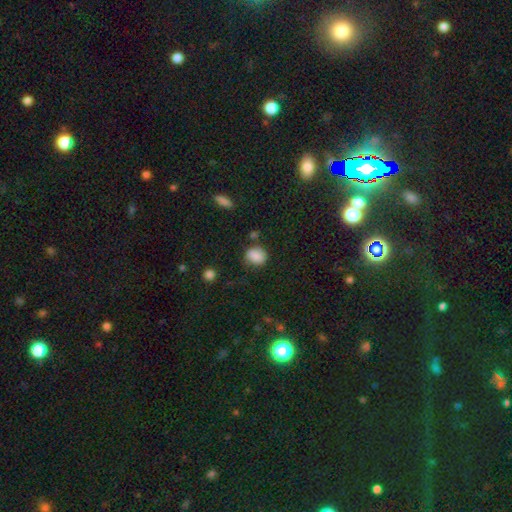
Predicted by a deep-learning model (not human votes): Smooth or featured?
  - smooth: 82% *
  - star or artifact: 9%
  - featured or disk: 8%
How rounded?
  - round: 67% *
  - in between: 32%
  - cigar-shaped: 1%
Merging?
  - none: 69% *
  - minor disturbance: 20%
  - major disturbance: 6%
  - merger: 5%